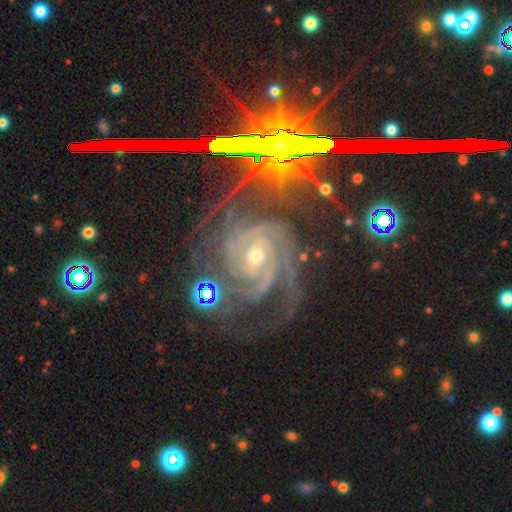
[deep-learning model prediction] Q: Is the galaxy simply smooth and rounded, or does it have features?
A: featured or disk — 90%.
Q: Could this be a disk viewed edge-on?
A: no — 98%.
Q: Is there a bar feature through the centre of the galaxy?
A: no — 56%.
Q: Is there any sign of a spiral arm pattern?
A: yes — 99%.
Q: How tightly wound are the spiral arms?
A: tight — 61%.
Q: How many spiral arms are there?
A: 3 — 28%.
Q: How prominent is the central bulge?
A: moderate — 49%.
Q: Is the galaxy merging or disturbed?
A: none — 62%.